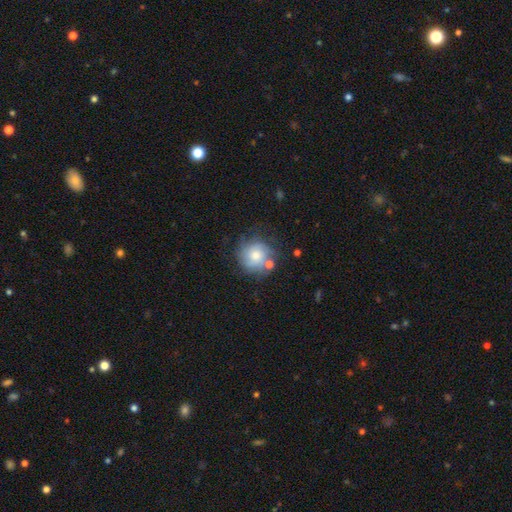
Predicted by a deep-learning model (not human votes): smooth_or_featured: smooth (p=0.59) [alt: featured or disk p=0.32]
how_rounded: round (p=0.89) [alt: in between p=0.10]
merging: none (p=0.60) [alt: minor disturbance p=0.21]